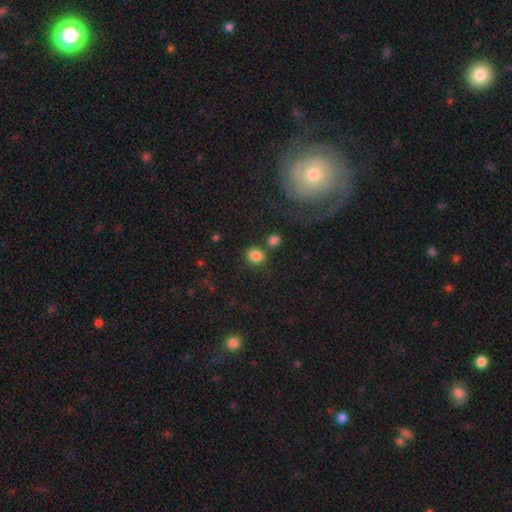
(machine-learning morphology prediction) A smooth galaxy with no disk features (84%) that is round (77%).

Vote fractions:
- Smooth or featured? smooth: 84% / star or artifact: 11% / featured or disk: 5%
- How rounded? round: 77% / in between: 21% / cigar-shaped: 1%
- Merging? none: 69% / merger: 16% / minor disturbance: 11% / major disturbance: 5%